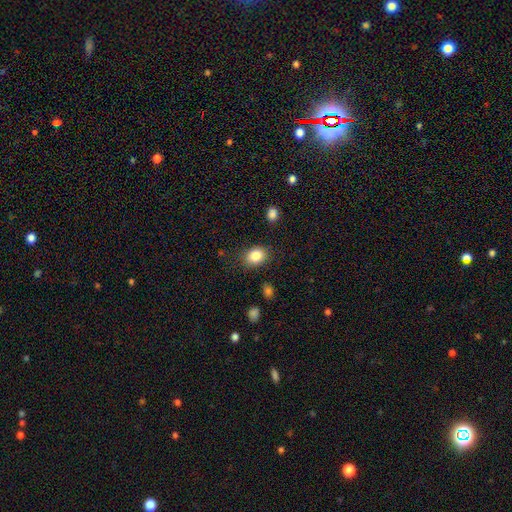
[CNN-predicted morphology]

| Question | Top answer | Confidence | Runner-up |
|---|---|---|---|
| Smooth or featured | smooth | 84% | star or artifact (9%) |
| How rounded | in between | 51% | round (49%) |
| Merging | none | 83% | minor disturbance (12%) |